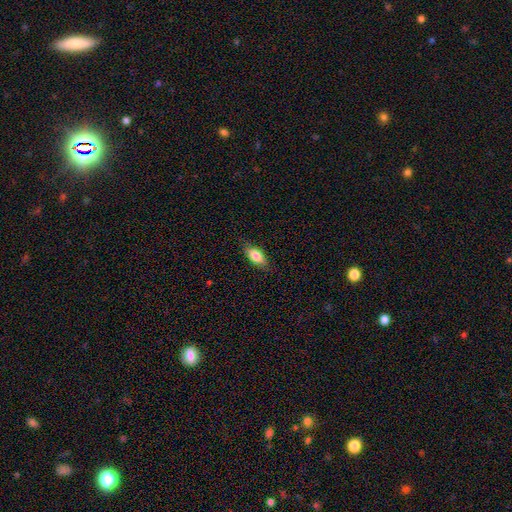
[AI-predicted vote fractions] Overall: smooth (76%). How rounded: in between (83%). Merging: none (82%).